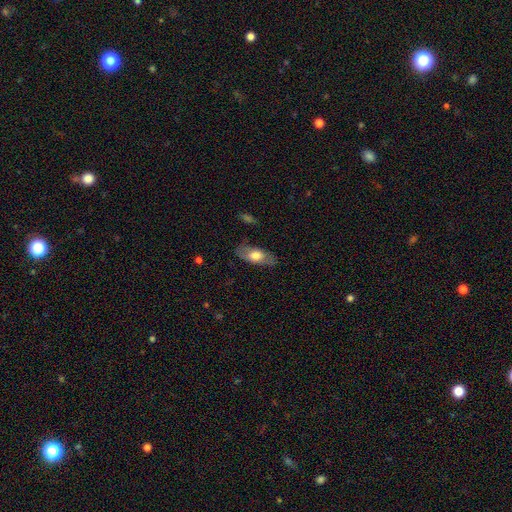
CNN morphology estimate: Overall: smooth (62%; featured or disk 32%). How rounded: in between (82%). Merging: none (77%).